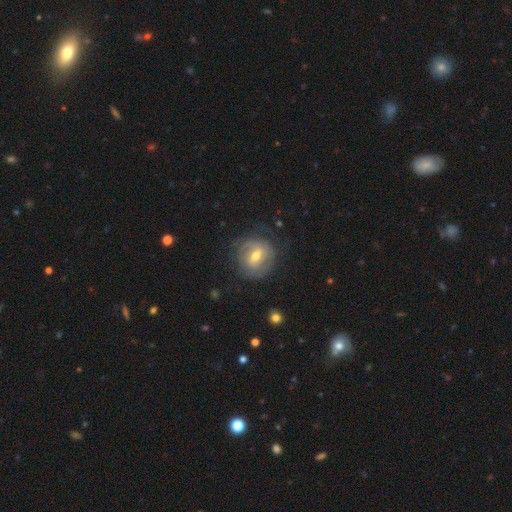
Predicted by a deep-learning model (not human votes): featured or disk 66%, smooth 27%, star or artifact 7%. Down the decision tree: edge-on disk — no (95%); bar — weak (51%); spiral arms — yes (71%); bulge size — moderate (70%); merging — none (72%).